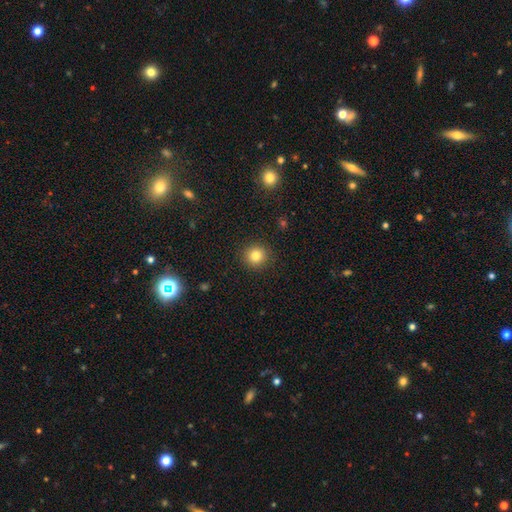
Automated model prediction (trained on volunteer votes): smooth 82%, star or artifact 12%, featured or disk 6%. Down the decision tree: how rounded — round (93%); merging — none (92%).